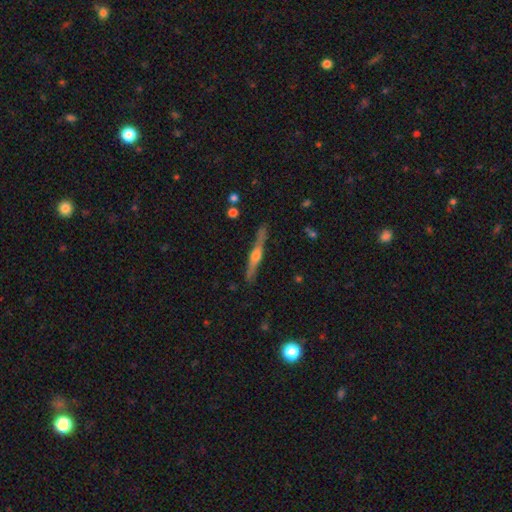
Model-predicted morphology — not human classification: featured or disk 75%, smooth 19%, star or artifact 6%. Down the decision tree: edge-on disk — yes (98%); edge-on bulge — rounded (85%); merging — none (87%).